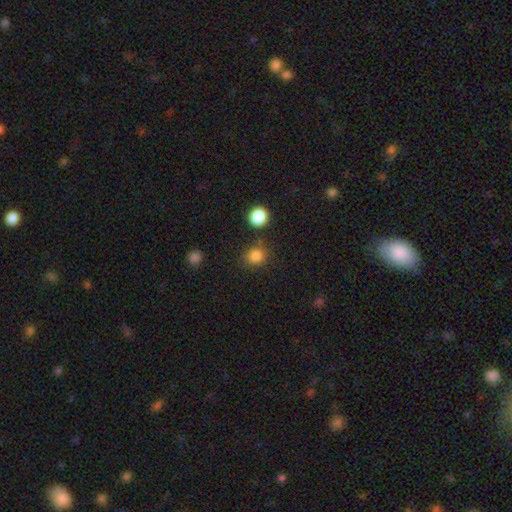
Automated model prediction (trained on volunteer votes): Q: Smooth or featured?
A: smooth (83%); runner-up: star or artifact (12%)
Q: How rounded?
A: round (78%); runner-up: in between (21%)
Q: Merging?
A: none (79%); runner-up: minor disturbance (11%)